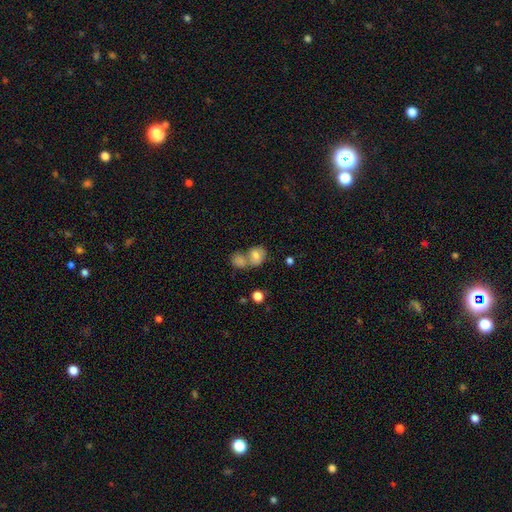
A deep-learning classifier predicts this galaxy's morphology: The model was most divided on "how rounded": round: 50%, in between: 48%, cigar-shaped: 1%. More confident: smooth or featured — smooth (76%); merging — merger (53%).